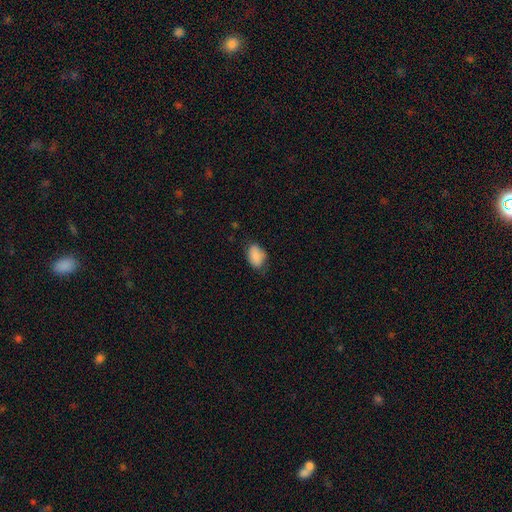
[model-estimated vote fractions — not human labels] smooth 87%, star or artifact 7%, featured or disk 6%. Down the decision tree: how rounded — in between (86%); merging — none (66%).